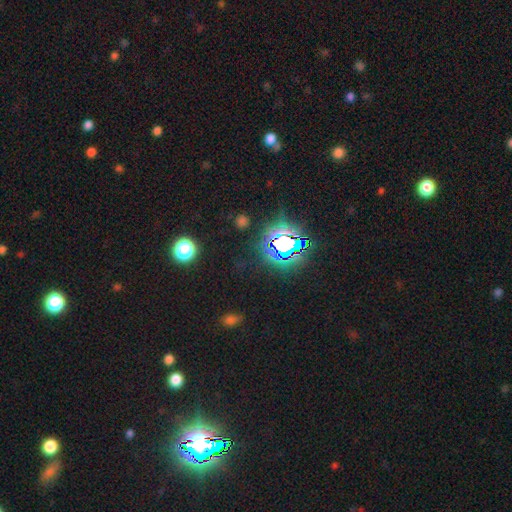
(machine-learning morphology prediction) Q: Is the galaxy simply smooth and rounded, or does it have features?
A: star or artifact — 79%.